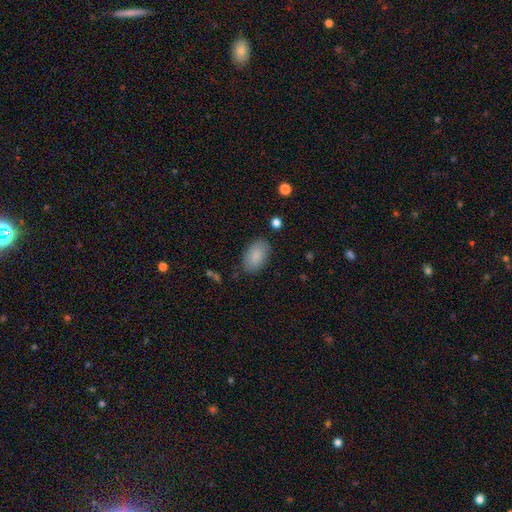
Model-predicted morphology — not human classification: smooth_or_featured: smooth (p=0.87) [alt: featured or disk p=0.07]
how_rounded: in between (p=0.93) [alt: round p=0.05]
merging: none (p=0.84) [alt: minor disturbance p=0.12]